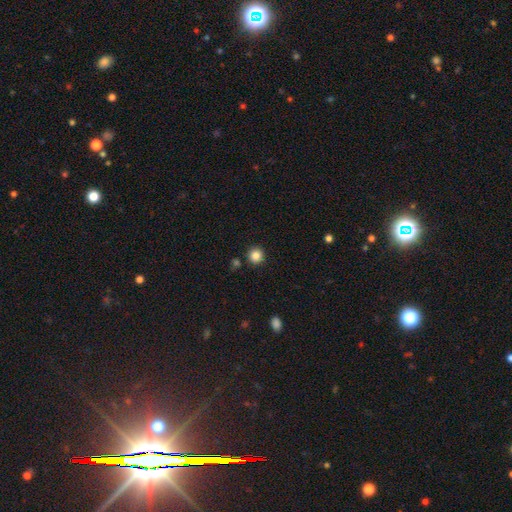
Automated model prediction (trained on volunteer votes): Smooth or featured: smooth — 85% (star or artifact — 11%)
How rounded: round — 95% (in between — 4%)
Merging: none — 90% (minor disturbance — 5%)